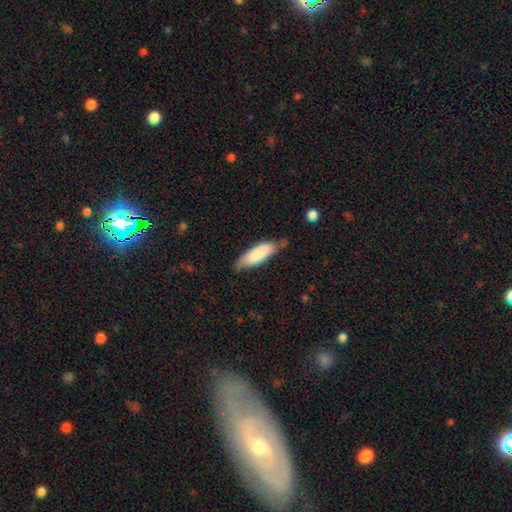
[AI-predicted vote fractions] smooth 83%, featured or disk 12%, star or artifact 6%. Down the decision tree: how rounded — in between (55%); merging — none (60%).